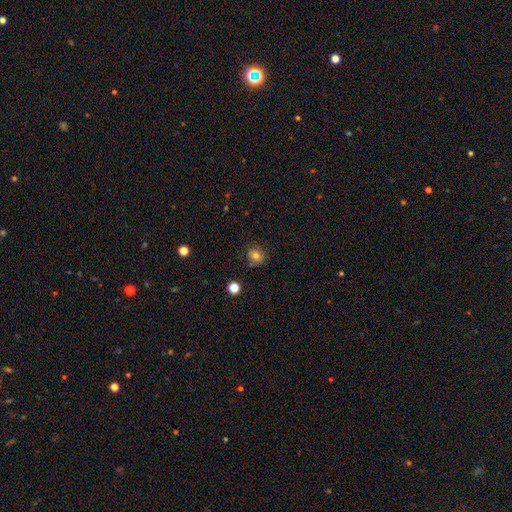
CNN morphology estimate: Smooth or featured? smooth (72%)
How rounded? round (82%)
Merging? none (78%)